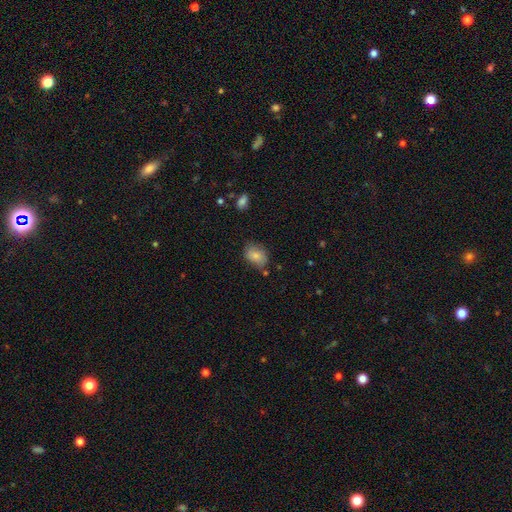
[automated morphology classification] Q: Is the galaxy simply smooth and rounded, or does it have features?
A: smooth — 82%.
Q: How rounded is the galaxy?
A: in between — 71%.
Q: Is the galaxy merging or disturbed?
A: none — 67%.